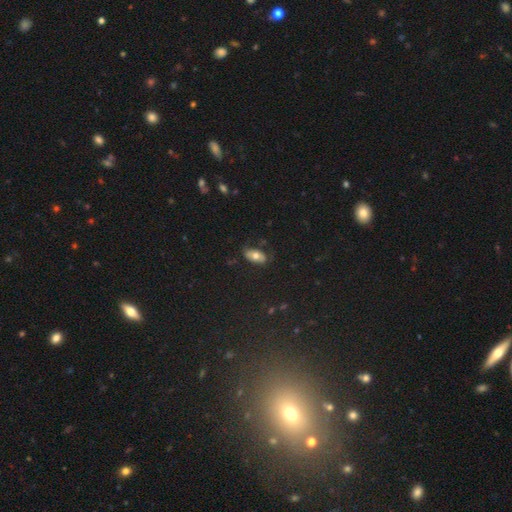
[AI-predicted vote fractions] This is likely a smooth galaxy (65%). How rounded: clearly in between (90%). Merging: likely none (71%).